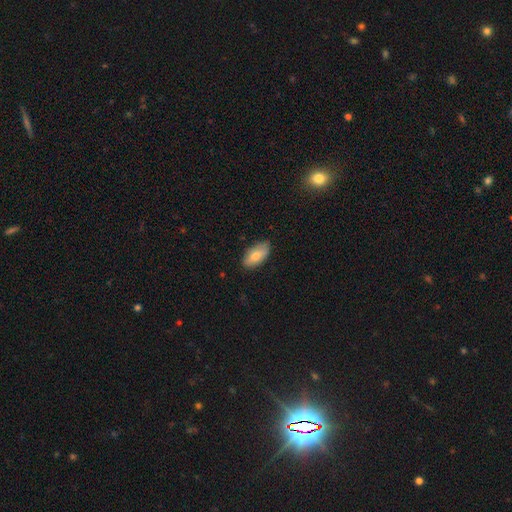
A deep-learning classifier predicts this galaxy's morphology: The model was most divided on "smooth or featured": smooth: 77%, featured or disk: 16%, star or artifact: 6%. More confident: how rounded — in between (91%); merging — none (80%).